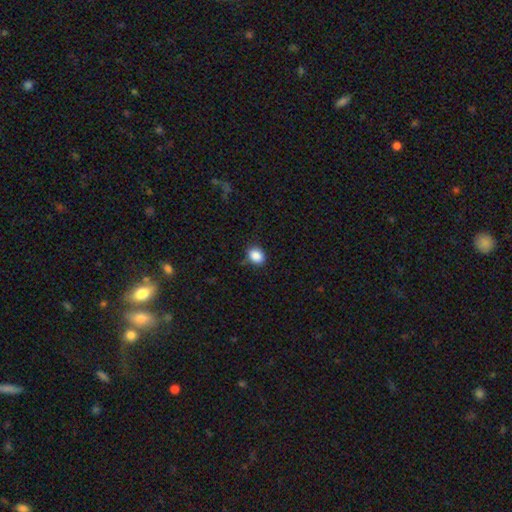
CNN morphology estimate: Smooth or featured?
  - smooth: 87% *
  - star or artifact: 9%
  - featured or disk: 4%
How rounded?
  - in between: 52% *
  - round: 47%
  - cigar-shaped: 1%
Merging?
  - none: 79% *
  - minor disturbance: 15%
  - major disturbance: 3%
  - merger: 2%